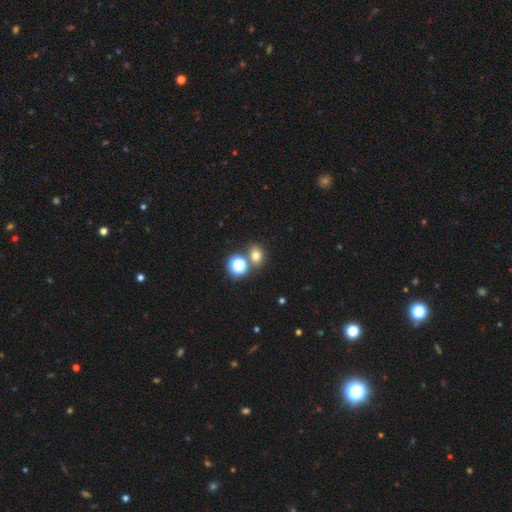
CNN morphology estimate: This appears to be a smooth galaxy with no disk features (71%) that is round (59%). Merging: none (70%).